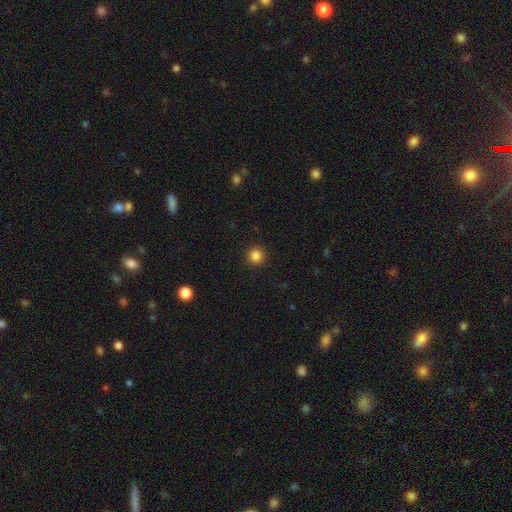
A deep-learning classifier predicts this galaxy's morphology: This appears to be a smooth galaxy with no disk features (85%) that is round (95%). Merging: none (92%).